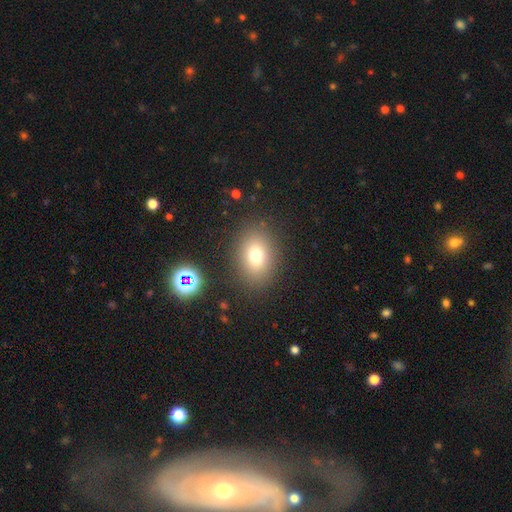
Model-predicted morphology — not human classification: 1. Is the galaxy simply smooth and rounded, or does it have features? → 75% smooth, 14% star or artifact, 11% featured or disk.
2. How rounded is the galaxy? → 61% in between, 37% round, 1% cigar-shaped.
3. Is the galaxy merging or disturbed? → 85% none, 9% minor disturbance, 4% major disturbance, 2% merger.